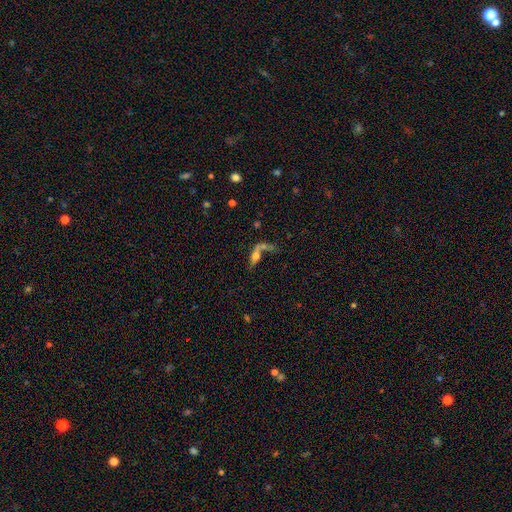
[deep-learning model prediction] smooth-or-featured: featured or disk: 43% | smooth: 40% | star or artifact: 17%
  merging: merger: 40% | none: 28% | major disturbance: 20% | minor disturbance: 11%